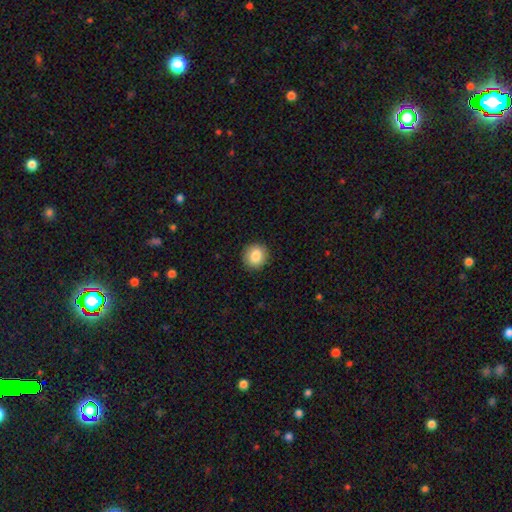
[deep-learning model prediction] smooth_or_featured: smooth (p=0.85) [alt: star or artifact p=0.08]
how_rounded: round (p=0.85) [alt: in between p=0.14]
merging: none (p=0.90) [alt: minor disturbance p=0.07]